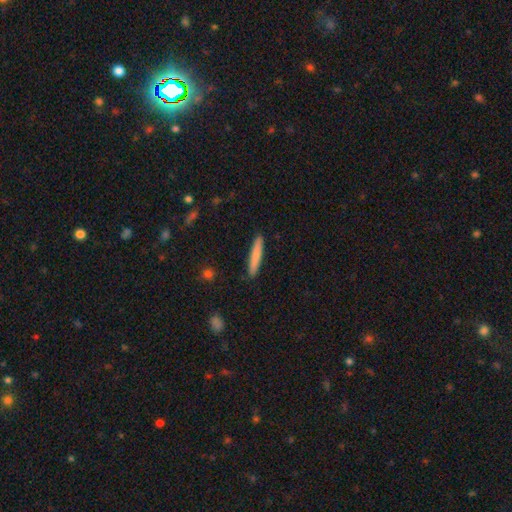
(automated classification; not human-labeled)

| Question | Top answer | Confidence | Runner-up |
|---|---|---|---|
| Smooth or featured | smooth | 79% | featured or disk (16%) |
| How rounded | cigar-shaped | 95% | in between (4%) |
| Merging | none | 92% | minor disturbance (6%) |